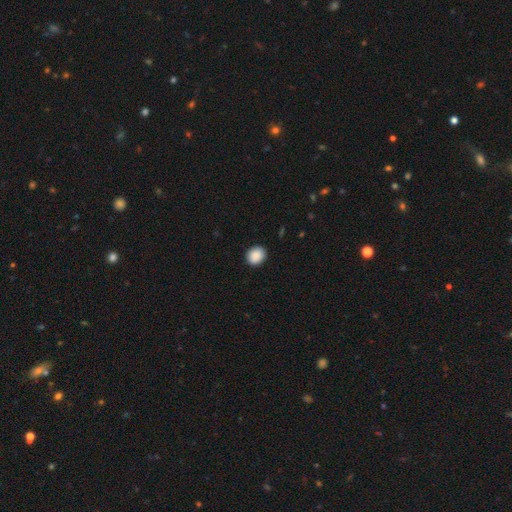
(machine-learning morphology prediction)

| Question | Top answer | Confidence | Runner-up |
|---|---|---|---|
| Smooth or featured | smooth | 90% | star or artifact (7%) |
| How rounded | round | 65% | in between (34%) |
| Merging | none | 90% | minor disturbance (7%) |